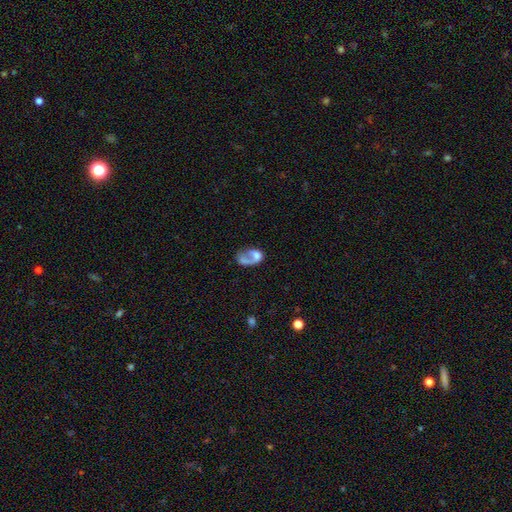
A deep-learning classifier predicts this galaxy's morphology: Smooth or featured? Predicted: smooth (p=0.49). Merging? Predicted: major disturbance (p=0.35).